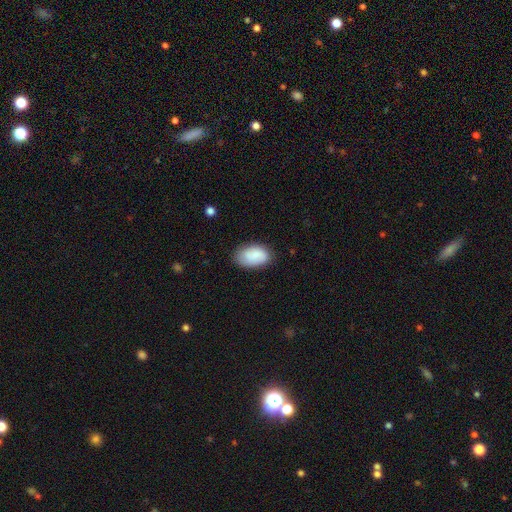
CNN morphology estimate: A smooth galaxy with no disk features (79%) that is in between round and cigar-shaped (92%). Merging: none (76%).